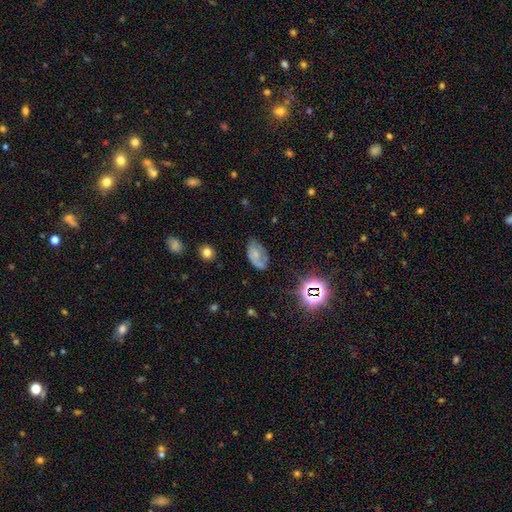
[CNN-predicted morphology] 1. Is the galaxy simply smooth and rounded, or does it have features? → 54% smooth, 32% featured or disk, 14% star or artifact.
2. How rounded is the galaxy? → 91% in between, 7% round, 2% cigar-shaped.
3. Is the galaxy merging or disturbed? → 50% none, 32% minor disturbance, 15% major disturbance, 3% merger.